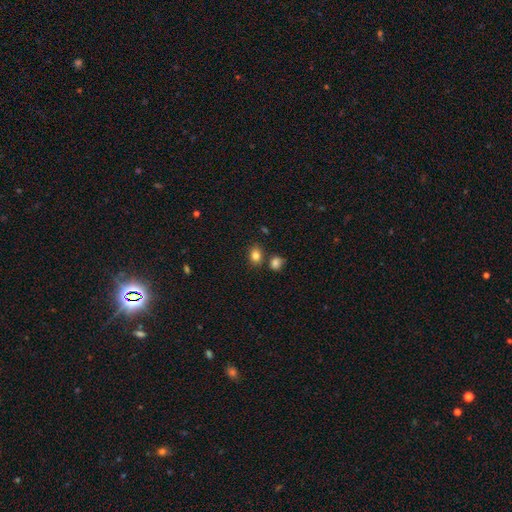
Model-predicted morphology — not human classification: This is clearly a smooth galaxy (84%). How rounded: possibly in between (53%). Merging: likely none (76%).